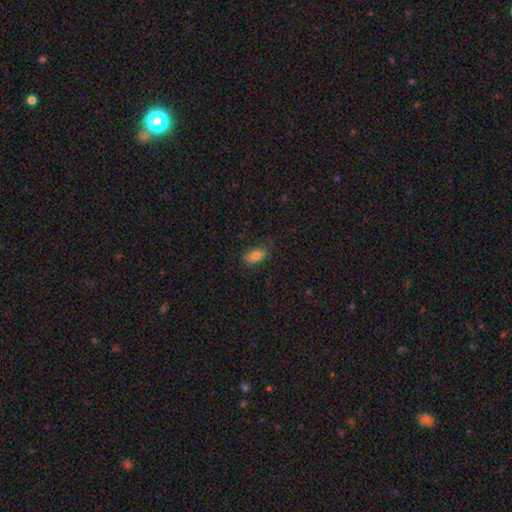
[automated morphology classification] smooth-or-featured: smooth: 80% | featured or disk: 12% | star or artifact: 9%
  how-rounded: in between: 88% | cigar-shaped: 7% | round: 5%
  merging: none: 77% | minor disturbance: 18% | major disturbance: 4% | merger: 1%